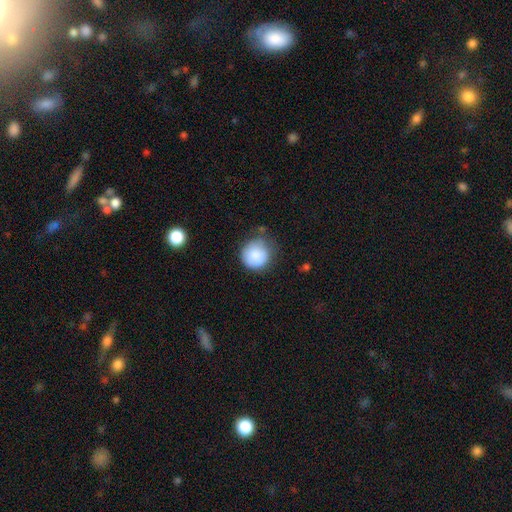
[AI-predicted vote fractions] This appears to be a smooth galaxy with no disk features (85%) that is round (91%). Merging: none (61%).